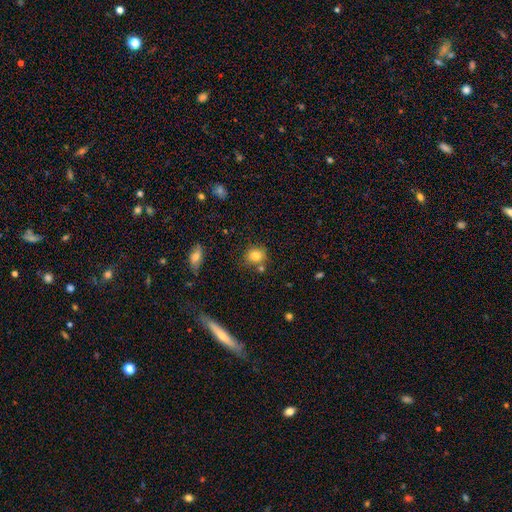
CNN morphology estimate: The model was most divided on "how rounded": round: 76%, in between: 23%, cigar-shaped: 1%. More confident: smooth or featured — smooth (81%); merging — none (73%).